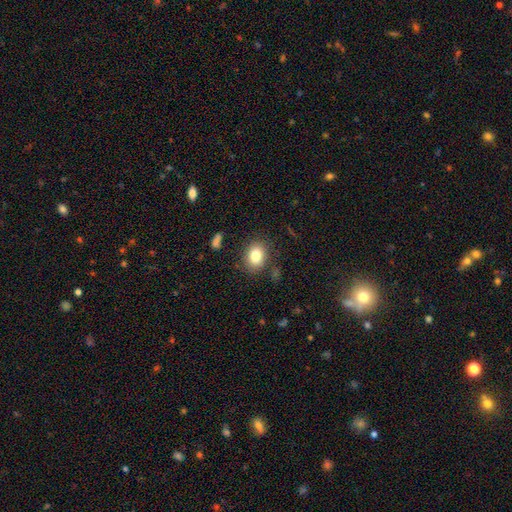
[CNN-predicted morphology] A smooth galaxy with no disk features (82%) that is in between round and cigar-shaped (64%).

Vote fractions:
- Smooth or featured? smooth: 82% / star or artifact: 9% / featured or disk: 9%
- How rounded? in between: 64% / round: 35% / cigar-shaped: 1%
- Merging? none: 83% / minor disturbance: 11% / major disturbance: 4% / merger: 2%